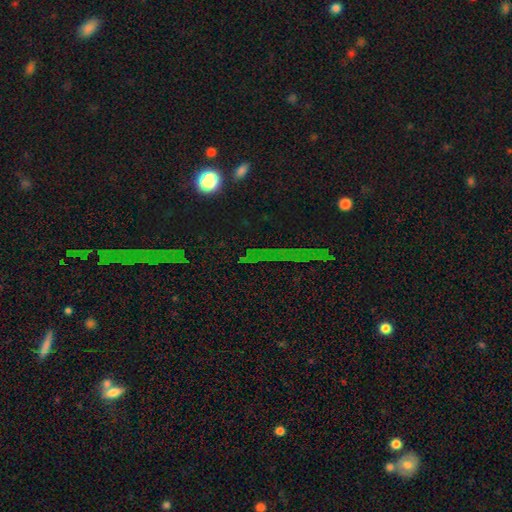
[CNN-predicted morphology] This appears to be a star or artifact, not a galaxy (68%).